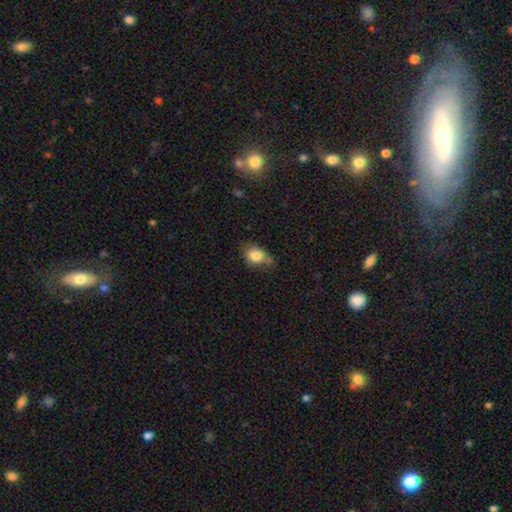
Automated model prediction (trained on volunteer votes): Smooth or featured: smooth — 83% (star or artifact — 9%)
How rounded: in between — 62% (round — 37%)
Merging: none — 58% (minor disturbance — 30%)